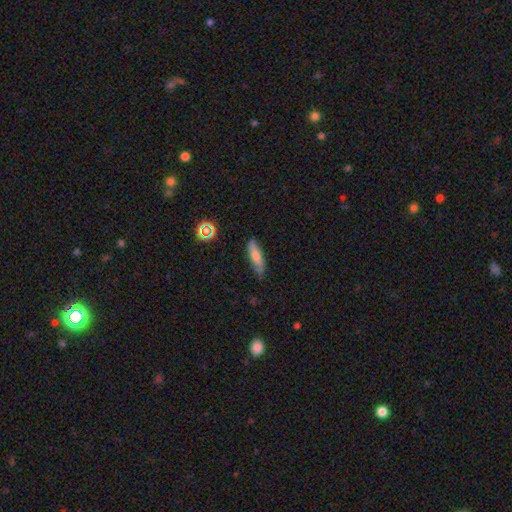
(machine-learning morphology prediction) Smooth or featured? smooth (65%)
How rounded? cigar-shaped (65%)
Merging? none (79%)